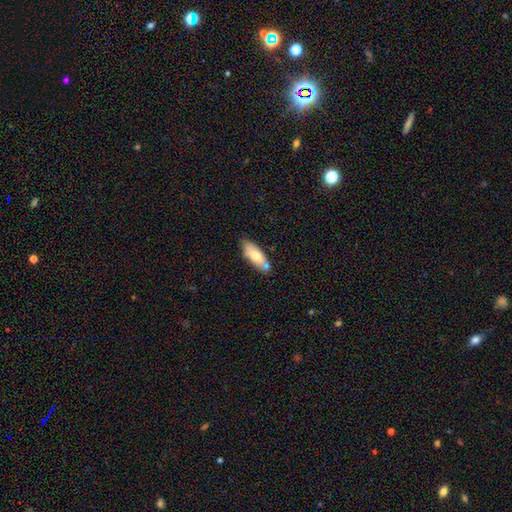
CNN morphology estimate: smooth-or-featured: smooth: 70% | featured or disk: 24% | star or artifact: 6%
  how-rounded: in between: 67% | cigar-shaped: 30% | round: 2%
  merging: none: 64% | minor disturbance: 17% | merger: 15% | major disturbance: 3%